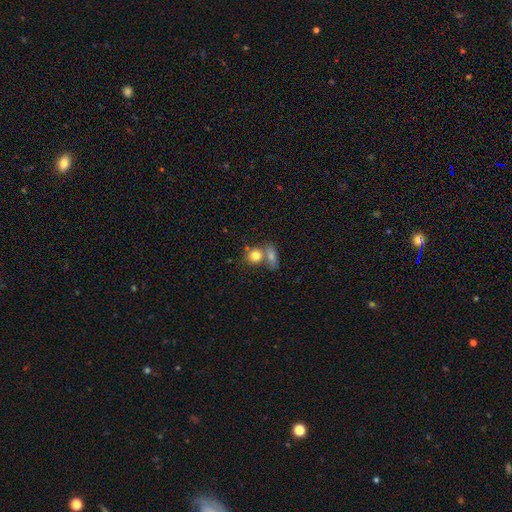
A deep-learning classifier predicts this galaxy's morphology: This is likely a smooth galaxy (79%). How rounded: likely round (68%). Merging: marginally none (44%).